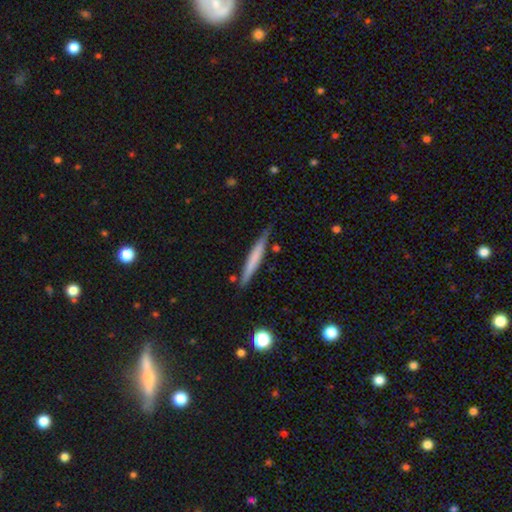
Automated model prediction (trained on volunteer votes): Morphology: type=smooth (58%); roundness=cigar-shaped (96%); merging=none (83%).